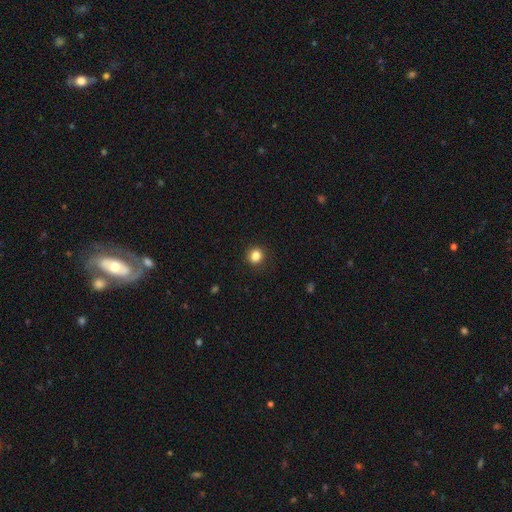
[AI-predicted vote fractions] This is clearly a smooth galaxy (85%). How rounded: clearly round (81%). Merging: clearly none (89%).